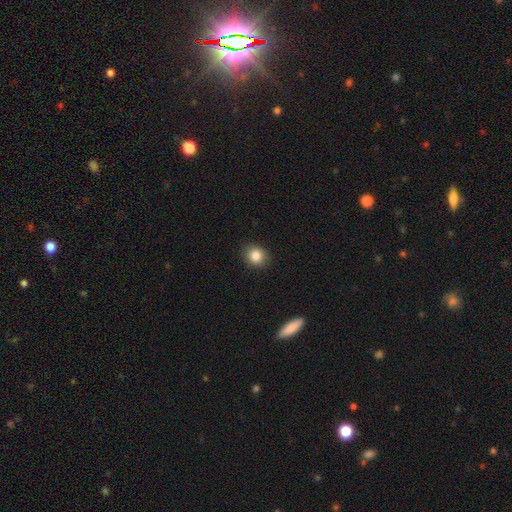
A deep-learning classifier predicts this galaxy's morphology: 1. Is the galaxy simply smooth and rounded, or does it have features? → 84% smooth, 10% star or artifact, 5% featured or disk.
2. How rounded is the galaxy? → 69% round, 30% in between, 1% cigar-shaped.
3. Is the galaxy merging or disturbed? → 90% none, 7% minor disturbance, 2% major disturbance, 1% merger.